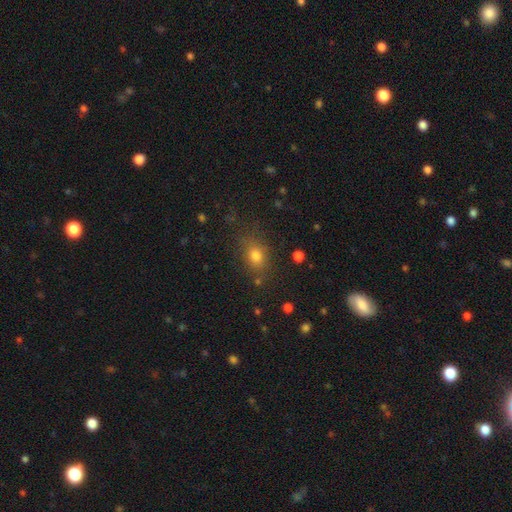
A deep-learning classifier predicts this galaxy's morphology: The model was most divided on "how rounded": in between: 54%, round: 44%, cigar-shaped: 2%. More confident: merging — none (78%); smooth or featured — smooth (76%).